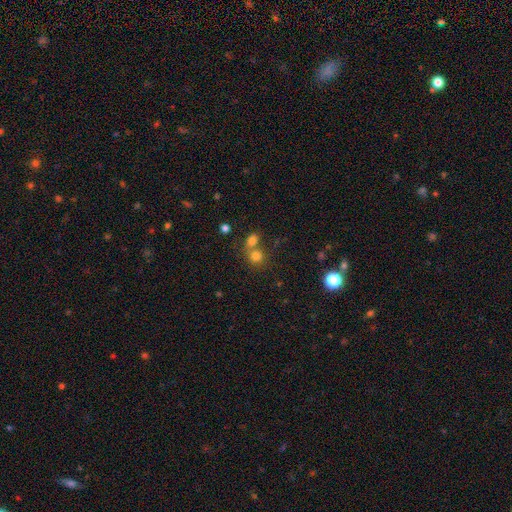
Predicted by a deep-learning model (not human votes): A smooth galaxy with no disk features (77%) that is round (76%). Merging: none (45%).